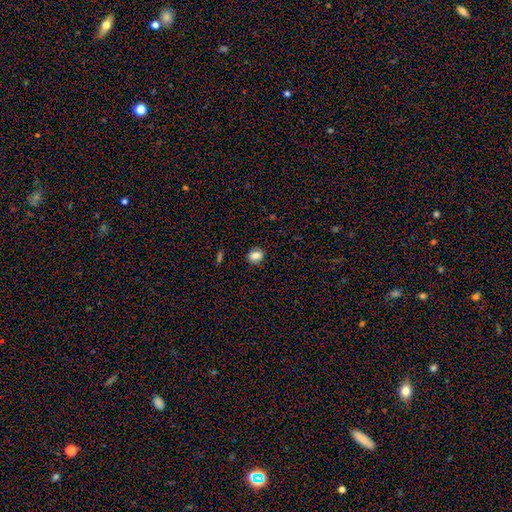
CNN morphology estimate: Smooth or featured? Predicted: smooth (p=0.81). How rounded? Predicted: in between (p=0.56). Merging? Predicted: none (p=0.85).